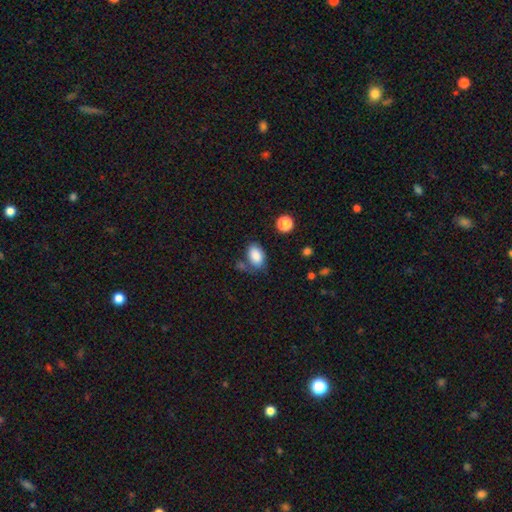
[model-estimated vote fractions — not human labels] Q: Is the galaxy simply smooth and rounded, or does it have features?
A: smooth — 85%.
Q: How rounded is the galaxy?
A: in between — 88%.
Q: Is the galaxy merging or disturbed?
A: none — 62%.